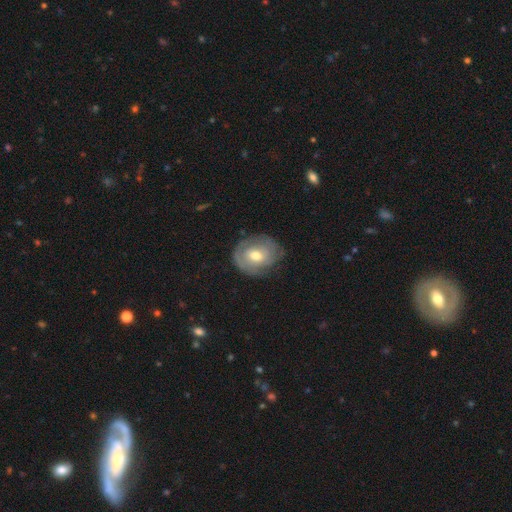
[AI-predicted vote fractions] This is possibly a featured or disk galaxy (60%). It is clearly not viewed edge-on (96%). Bar: likely no (65%). Spiral arm pattern: likely yes (72%). Central bulge: likely moderate (72%). Merging: likely none (69%).